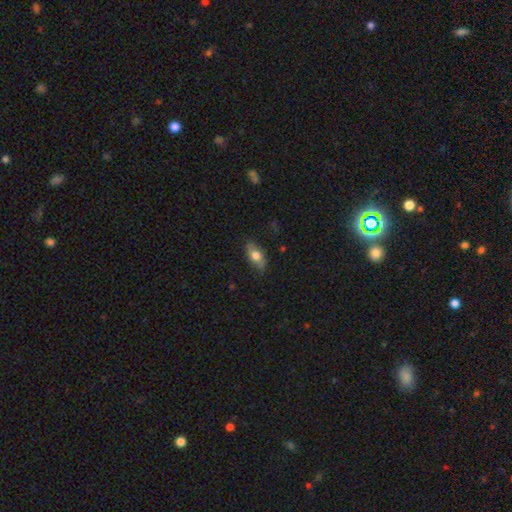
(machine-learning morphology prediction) smooth 66%, featured or disk 27%, star or artifact 7%. Down the decision tree: how rounded — in between (84%); merging — none (81%).